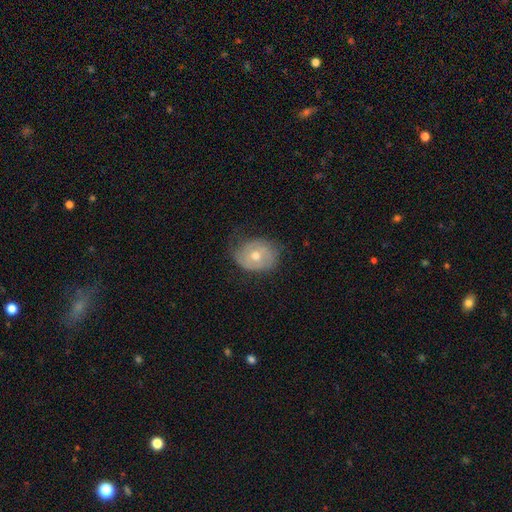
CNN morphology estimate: The model was most divided on "smooth or featured": featured or disk: 55%, smooth: 37%, star or artifact: 8%. More confident: edge-on disk — no (95%); bar — no (79%); bulge size — moderate (70%); spiral arms — yes (61%); merging — none (61%).